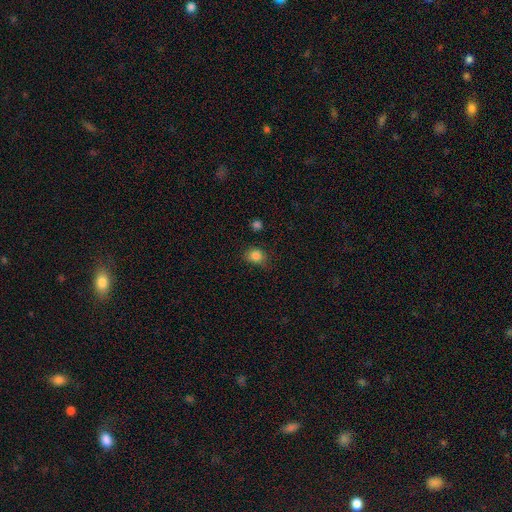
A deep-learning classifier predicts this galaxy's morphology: This appears to be a smooth galaxy with no disk features (84%) that is round (63%). Merging: none (73%).